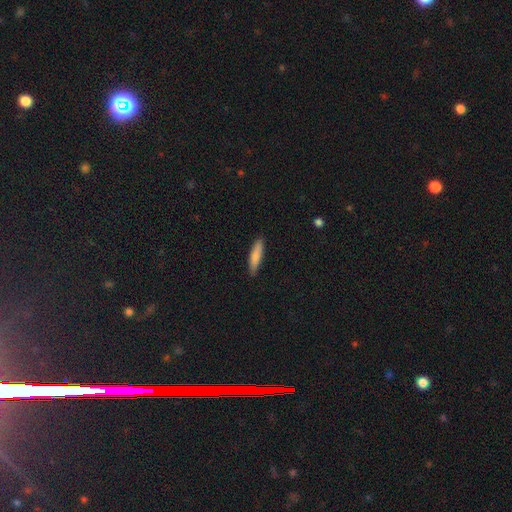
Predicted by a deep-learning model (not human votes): Smooth or featured? Predicted: smooth (p=0.83). How rounded? Predicted: cigar-shaped (p=0.78). Merging? Predicted: none (p=0.86).